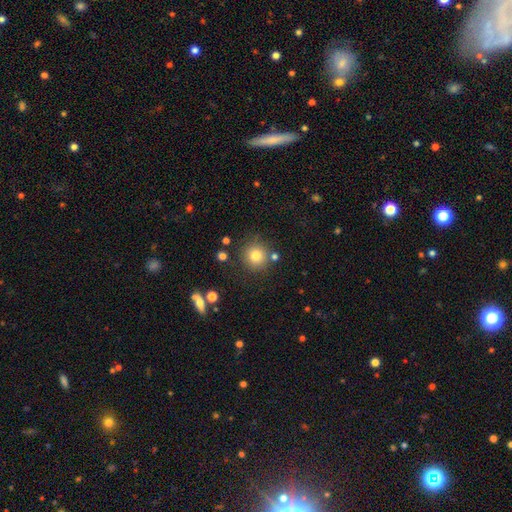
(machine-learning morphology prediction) smooth-or-featured: smooth: 79% | star or artifact: 13% | featured or disk: 8%
  how-rounded: round: 93% | in between: 6% | cigar-shaped: 1%
  merging: none: 81% | minor disturbance: 9% | merger: 6% | major disturbance: 3%